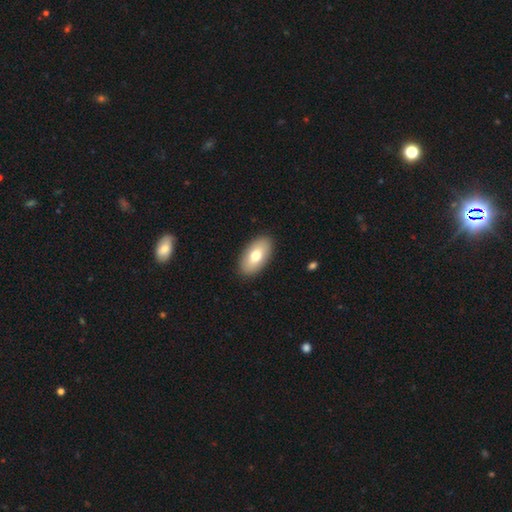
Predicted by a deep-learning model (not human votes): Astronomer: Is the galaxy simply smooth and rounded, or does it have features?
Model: smooth — 74%.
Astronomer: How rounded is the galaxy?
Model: in between — 94%.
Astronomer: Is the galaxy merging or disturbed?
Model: none — 90%.